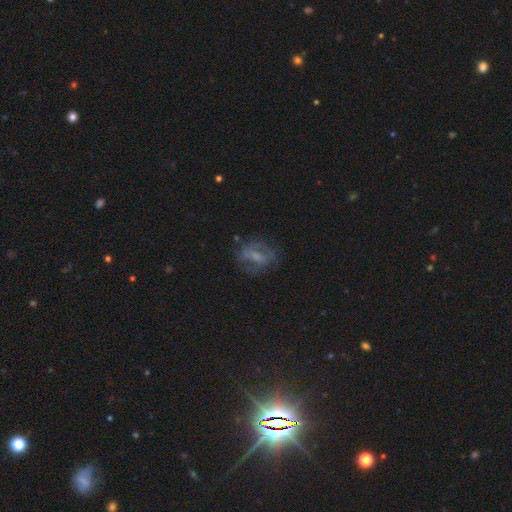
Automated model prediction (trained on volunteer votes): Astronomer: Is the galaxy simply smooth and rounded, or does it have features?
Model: featured or disk — 52% (runner-up: smooth, 35%).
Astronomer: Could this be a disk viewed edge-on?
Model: no — 94%.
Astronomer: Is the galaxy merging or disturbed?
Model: none — 64%.